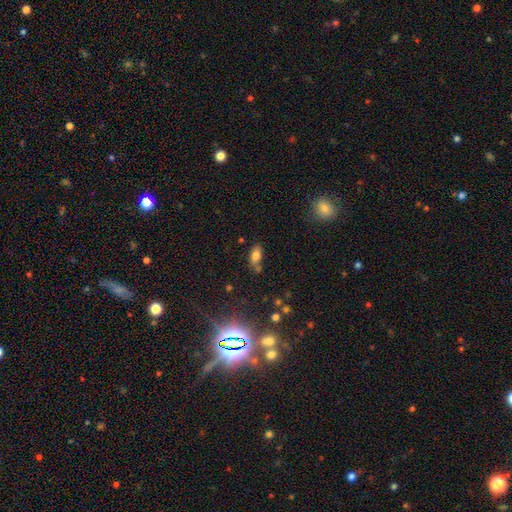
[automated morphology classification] Q: Smooth or featured?
A: smooth (77%); runner-up: star or artifact (12%)
Q: How rounded?
A: in between (88%); runner-up: cigar-shaped (7%)
Q: Merging?
A: none (59%); runner-up: minor disturbance (18%)